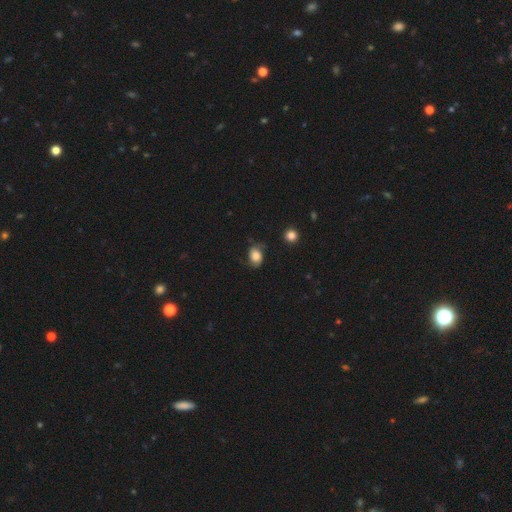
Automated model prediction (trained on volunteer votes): A smooth galaxy with no disk features (64%) that is in between round and cigar-shaped (68%).

Vote fractions:
- Smooth or featured? smooth: 64% / featured or disk: 26% / star or artifact: 9%
- How rounded? in between: 68% / round: 31% / cigar-shaped: 1%
- Merging? none: 64% / minor disturbance: 25% / major disturbance: 9% / merger: 2%